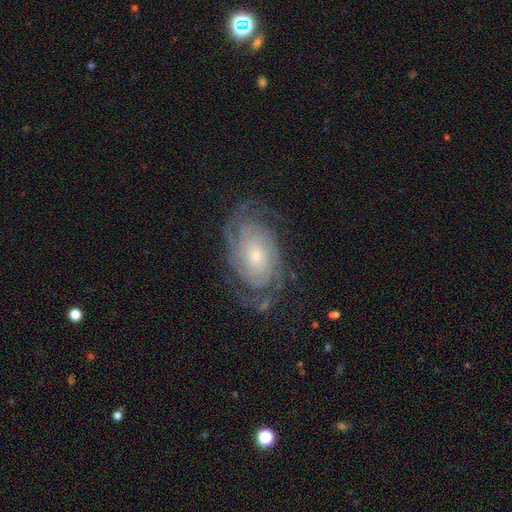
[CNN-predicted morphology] This appears to be a featured or disk galaxy (87%) with no bar (73%), 2 (34%) tight (74%) spiral arms (97%) and a small central bulge (70%). Merging: none (73%).